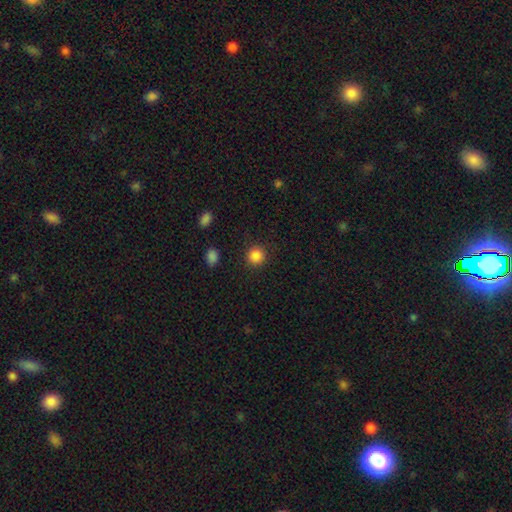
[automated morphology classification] Overall: smooth (86%). How rounded: round (93%). Merging: none (90%).